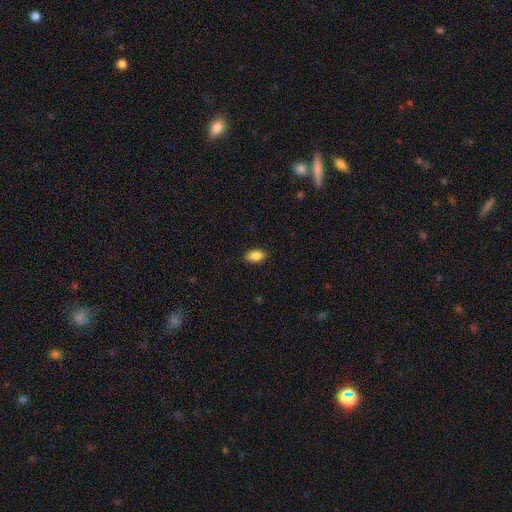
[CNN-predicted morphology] Smooth or featured? smooth (87%)
How rounded? in between (91%)
Merging? none (88%)